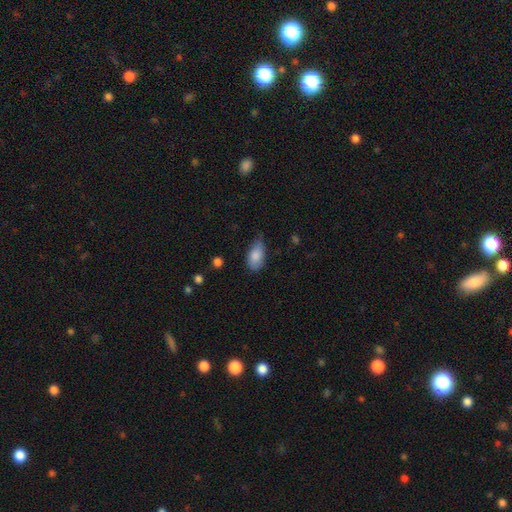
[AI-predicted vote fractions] The model was most divided on "merging": none: 54%, minor disturbance: 38%, major disturbance: 7%, merger: 2%. More confident: how rounded — in between (92%); smooth or featured — smooth (85%).